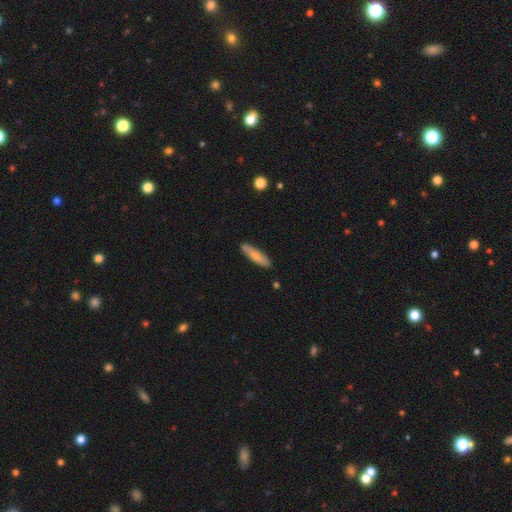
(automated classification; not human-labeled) A smooth galaxy with no disk features (68%) that is cigar-shaped (79%). Merging: none (86%).